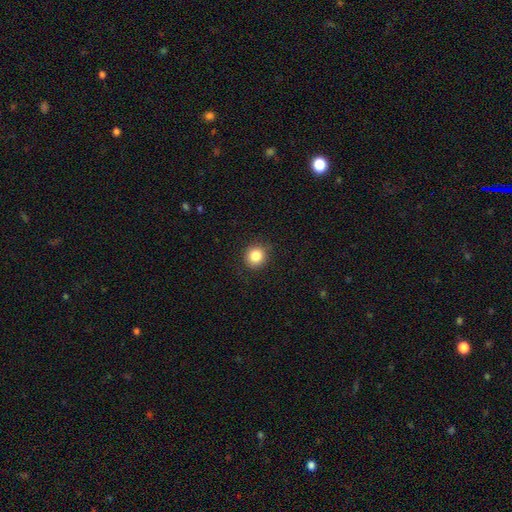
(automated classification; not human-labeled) This is clearly a smooth galaxy (84%). How rounded: clearly round (88%). Merging: clearly none (88%).